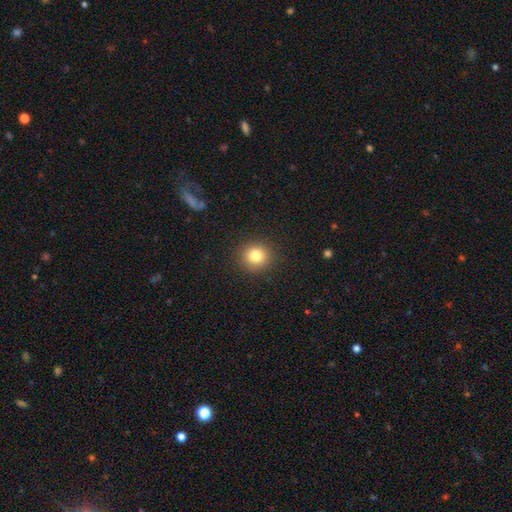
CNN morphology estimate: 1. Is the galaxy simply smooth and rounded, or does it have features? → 80% smooth, 12% star or artifact, 8% featured or disk.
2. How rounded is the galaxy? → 89% round, 10% in between, 1% cigar-shaped.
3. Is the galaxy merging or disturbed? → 90% none, 6% minor disturbance, 2% major disturbance, 1% merger.